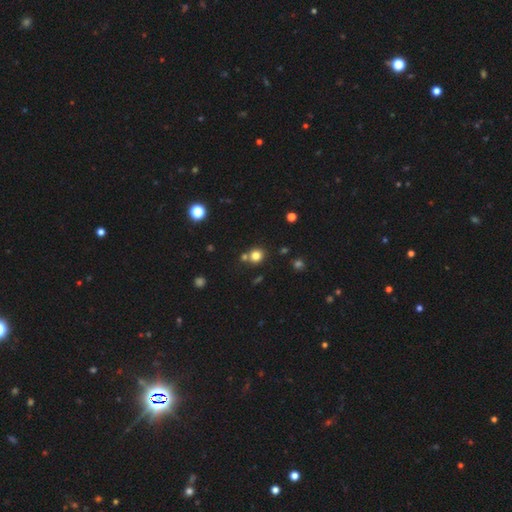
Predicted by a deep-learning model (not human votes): This appears to be a smooth galaxy with no disk features (79%) that is round (86%). Merging: none (71%).